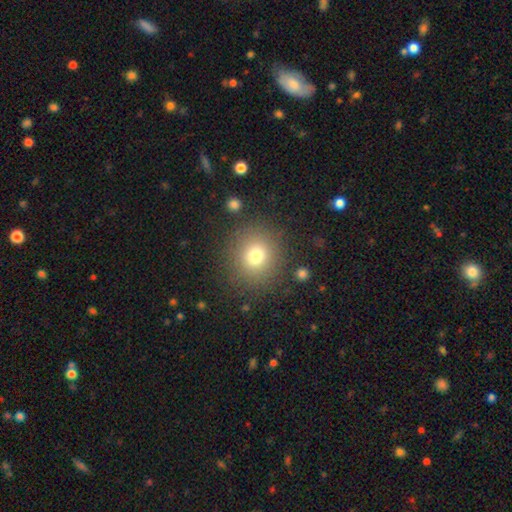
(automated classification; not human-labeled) This is likely a smooth galaxy (75%). How rounded: clearly round (88%). Merging: clearly none (86%).